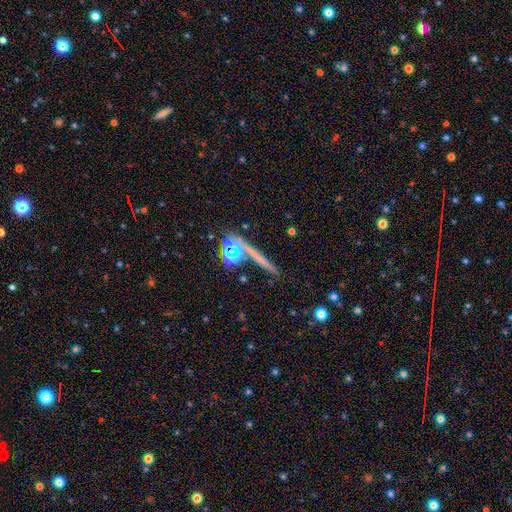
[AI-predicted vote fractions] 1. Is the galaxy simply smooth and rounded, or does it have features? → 37% star or artifact, 34% smooth, 29% featured or disk.